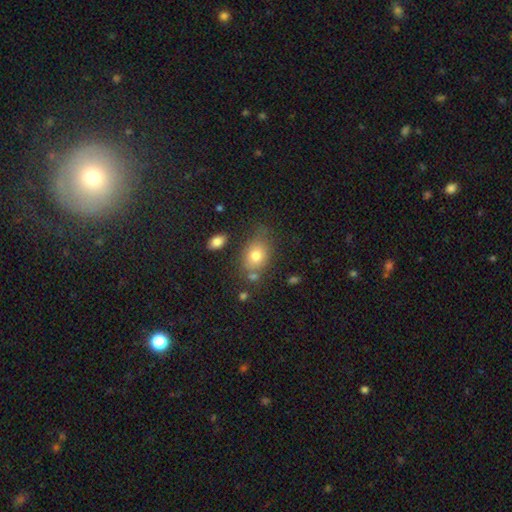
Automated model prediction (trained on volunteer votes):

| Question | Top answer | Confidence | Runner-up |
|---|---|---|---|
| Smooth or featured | smooth | 77% | featured or disk (13%) |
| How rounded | in between | 73% | round (25%) |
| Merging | none | 58% | minor disturbance (23%) |